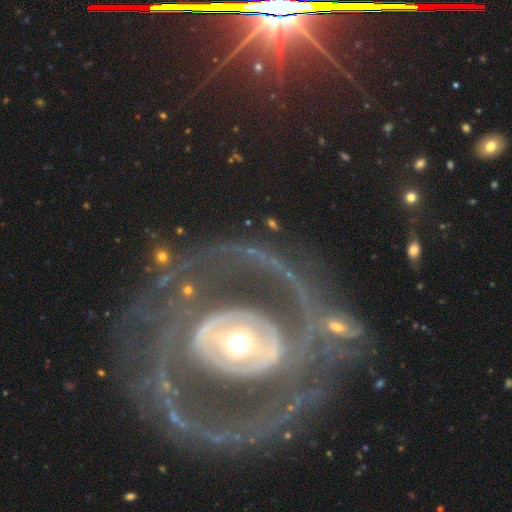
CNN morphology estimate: Overall: featured or disk (82%). Edge-on disk: no (95%). Bar: no (52%; strong 26%). Spiral arms: yes (73%). Spiral arm count: 2 (52%; can't tell 20%). Spiral winding: tight (39%; medium 34%). Bulge size: moderate (64%). Merging: none (54%; major disturbance 24%).